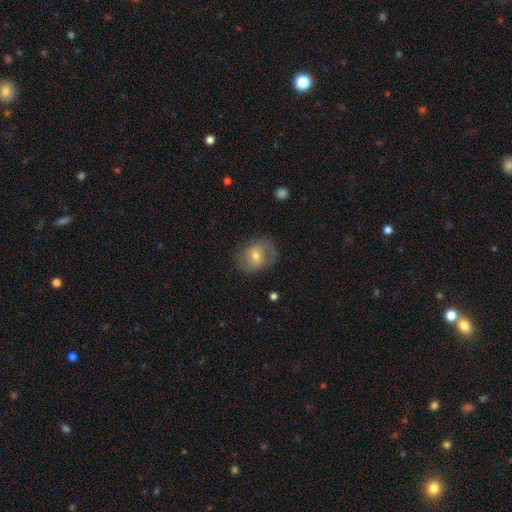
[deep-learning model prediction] This appears to be a featured or disk galaxy (47%). Merging: none (69%).